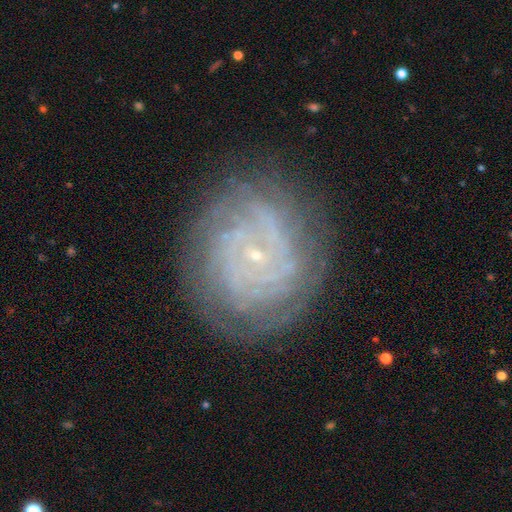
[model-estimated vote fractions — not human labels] Morphology: type=featured or disk (81%); edge-on=no (97%); bar=no (75%); spiral arms=yes (95%); winding=tight (81%); arm count=can't tell (33%); bulge=small (90%); merging=none (81%).